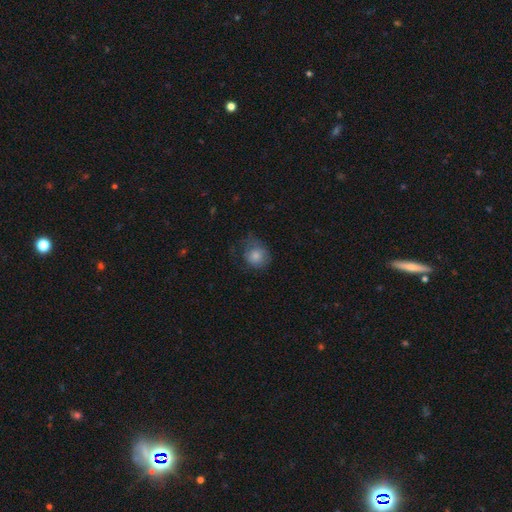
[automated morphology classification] Smooth or featured: smooth — 78% (featured or disk — 13%)
How rounded: round — 79% (in between — 20%)
Merging: none — 50% (minor disturbance — 29%)